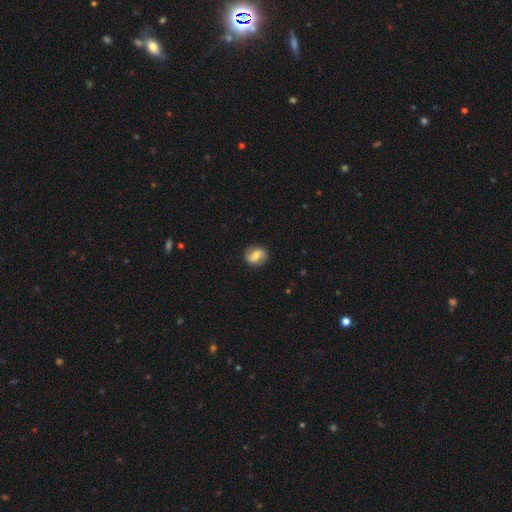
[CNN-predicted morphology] This is possibly a smooth galaxy (52%). How rounded: possibly round (52%). Merging: clearly none (85%).